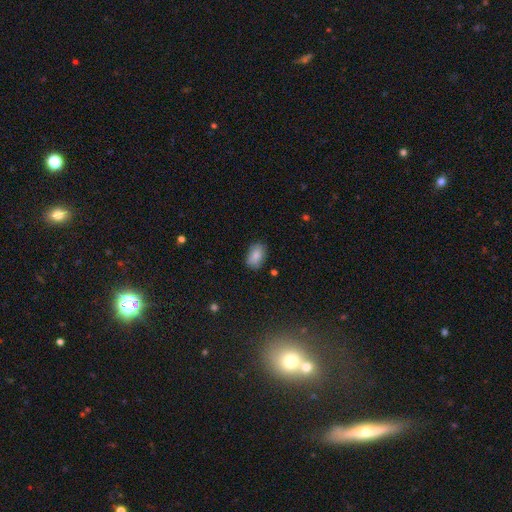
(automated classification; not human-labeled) Smooth or featured? Predicted: smooth (p=0.84). How rounded? Predicted: in between (p=0.89). Merging? Predicted: none (p=0.79).